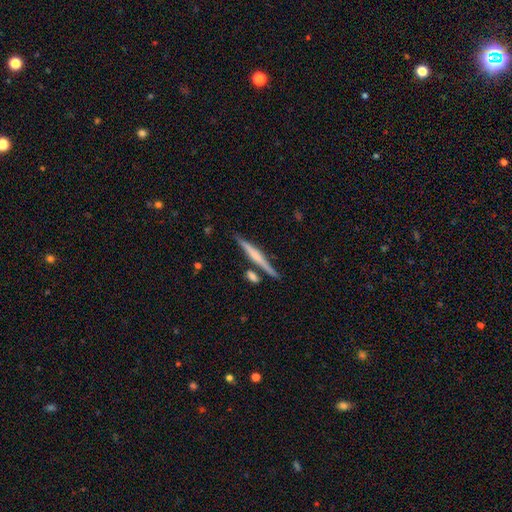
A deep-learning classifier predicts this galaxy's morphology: Smooth or featured?
  - featured or disk: 57% *
  - smooth: 37%
  - star or artifact: 6%
Edge-on disk?
  - yes: 97% *
  - no: 3%
Edge-on bulge?
  - rounded: 45% *
  - none: 39%
  - boxy: 17%
Merging?
  - none: 81% *
  - minor disturbance: 9%
  - merger: 8%
  - major disturbance: 2%